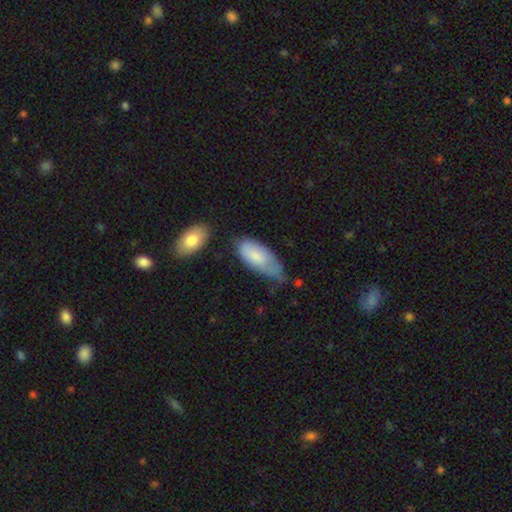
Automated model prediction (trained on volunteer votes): Q: Smooth or featured?
A: smooth (77%); runner-up: featured or disk (17%)
Q: How rounded?
A: in between (88%); runner-up: cigar-shaped (10%)
Q: Merging?
A: minor disturbance (43%); runner-up: none (31%)